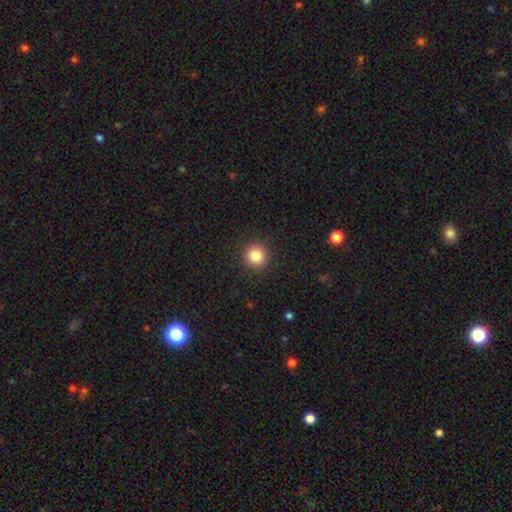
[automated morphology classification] The model was most divided on "smooth or featured": smooth: 84%, star or artifact: 11%, featured or disk: 5%. More confident: how rounded — round (94%); merging — none (91%).